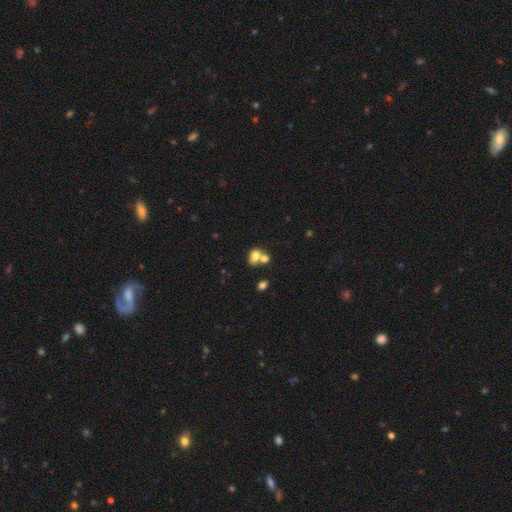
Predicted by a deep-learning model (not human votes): A smooth galaxy with no disk features (72%) that is in between round and cigar-shaped (57%). Merging: merger (55%).